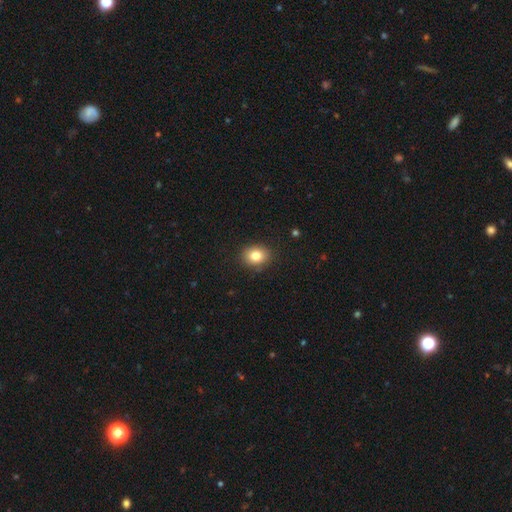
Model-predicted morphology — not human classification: Smooth or featured? smooth (83%)
How rounded? in between (53%)
Merging? none (87%)